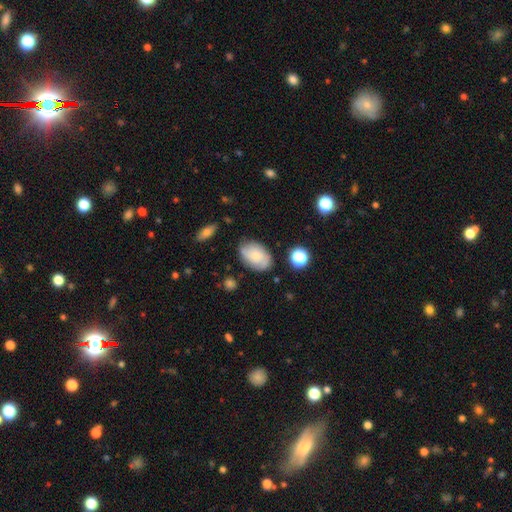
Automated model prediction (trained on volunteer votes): smooth 59%, featured or disk 32%, star or artifact 9%. Down the decision tree: how rounded — in between (87%); merging — none (73%).